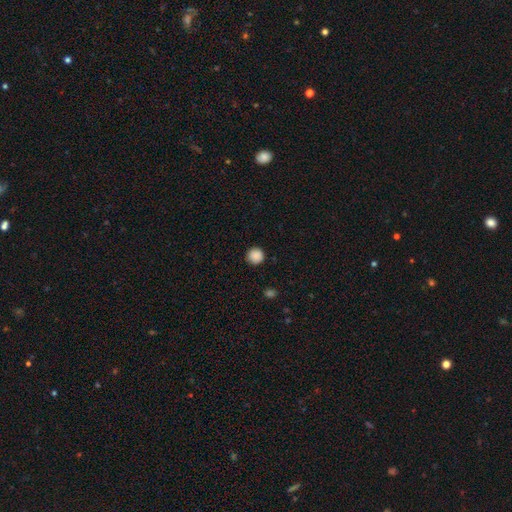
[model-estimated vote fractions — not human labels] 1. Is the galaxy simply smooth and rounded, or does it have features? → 88% smooth, 10% star or artifact, 3% featured or disk.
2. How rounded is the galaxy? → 95% round, 4% in between, 1% cigar-shaped.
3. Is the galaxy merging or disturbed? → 90% none, 7% minor disturbance, 2% major disturbance, 1% merger.